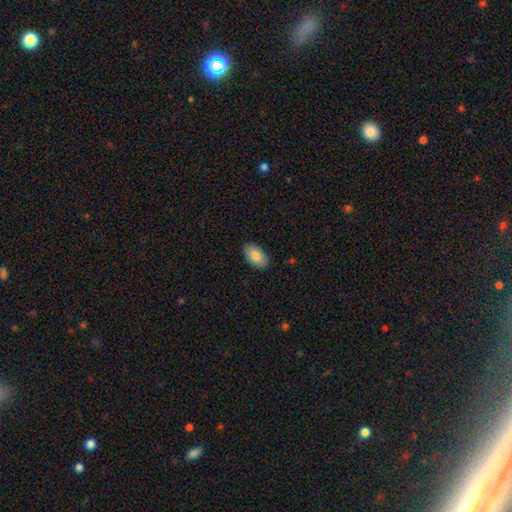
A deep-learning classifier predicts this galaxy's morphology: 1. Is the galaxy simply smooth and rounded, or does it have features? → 85% smooth, 9% featured or disk, 6% star or artifact.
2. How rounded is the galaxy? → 94% in between, 4% round, 2% cigar-shaped.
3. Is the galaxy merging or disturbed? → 88% none, 9% minor disturbance, 2% major disturbance, 1% merger.